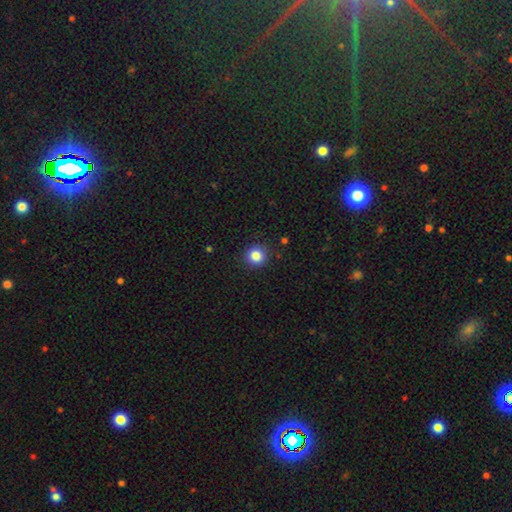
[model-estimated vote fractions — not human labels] This appears to be a smooth galaxy with no disk features (85%) that is round (92%). Merging: none (90%).